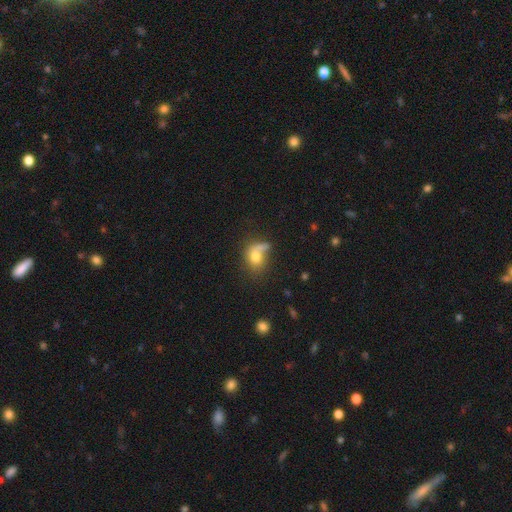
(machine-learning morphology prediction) smooth-or-featured: smooth: 72% | featured or disk: 17% | star or artifact: 11%
  how-rounded: in between: 51% | round: 47% | cigar-shaped: 2%
  merging: none: 35% | merger: 24% | minor disturbance: 21% | major disturbance: 20%